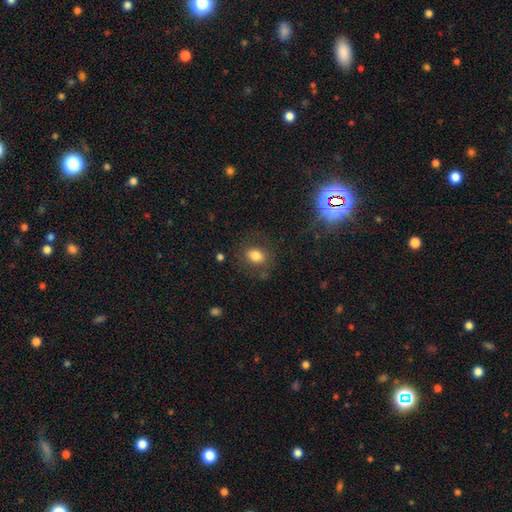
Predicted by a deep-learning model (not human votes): This appears to be a smooth galaxy with no disk features (77%) that is in between round and cigar-shaped (59%). Merging: none (76%).